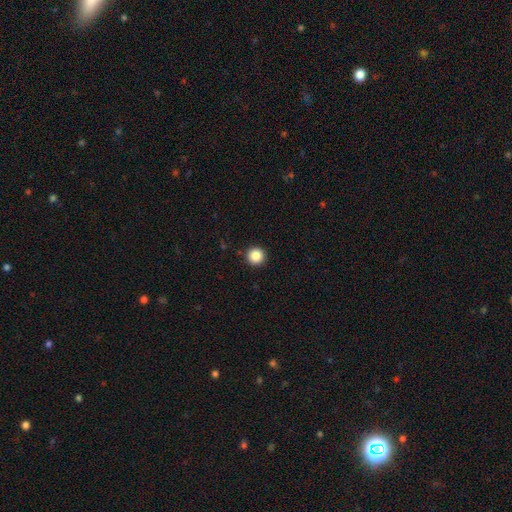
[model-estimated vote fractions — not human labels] Smooth or featured: smooth — 87% (star or artifact — 10%)
How rounded: round — 96% (in between — 3%)
Merging: none — 93% (minor disturbance — 4%)